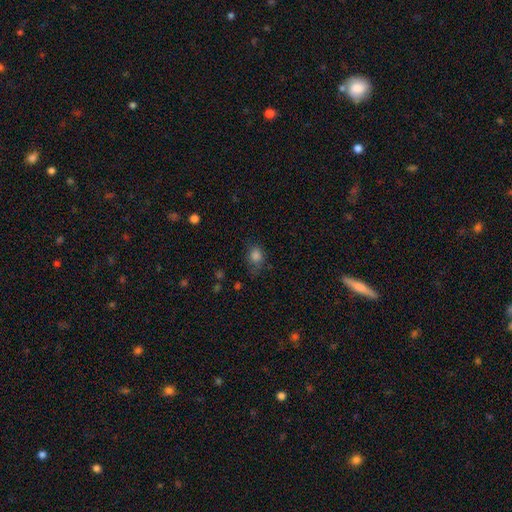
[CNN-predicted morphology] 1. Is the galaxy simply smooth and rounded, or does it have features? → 82% smooth, 13% star or artifact, 5% featured or disk.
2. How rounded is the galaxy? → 54% round, 44% in between, 1% cigar-shaped.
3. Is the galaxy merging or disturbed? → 63% none, 25% minor disturbance, 9% major disturbance, 2% merger.